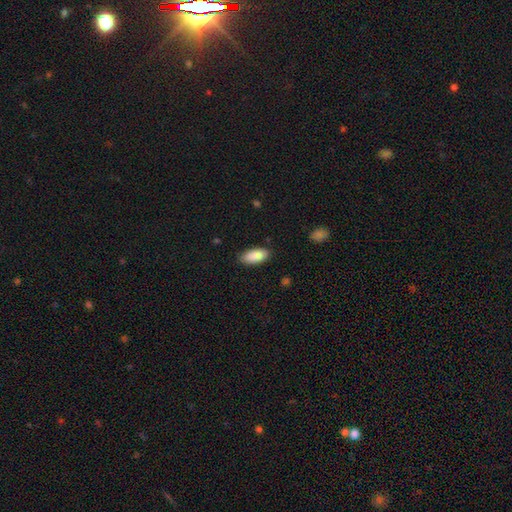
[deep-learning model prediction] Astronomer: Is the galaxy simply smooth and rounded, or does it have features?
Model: smooth — 89%.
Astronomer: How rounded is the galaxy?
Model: in between — 88%.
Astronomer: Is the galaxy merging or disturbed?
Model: none — 84%.